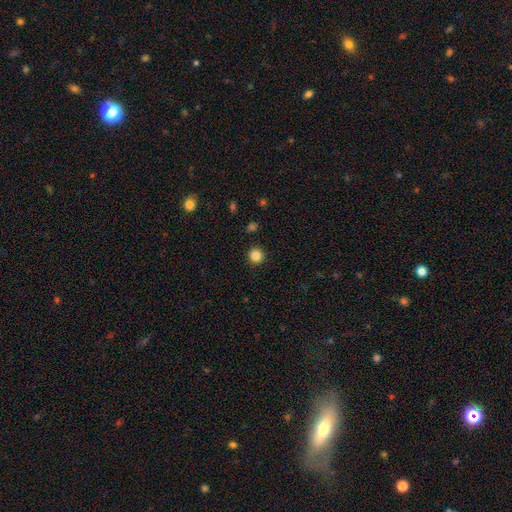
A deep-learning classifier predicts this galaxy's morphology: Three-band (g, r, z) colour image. It shows a smooth galaxy with no disk features (84%) that is round (94%). Merging: none (92%).